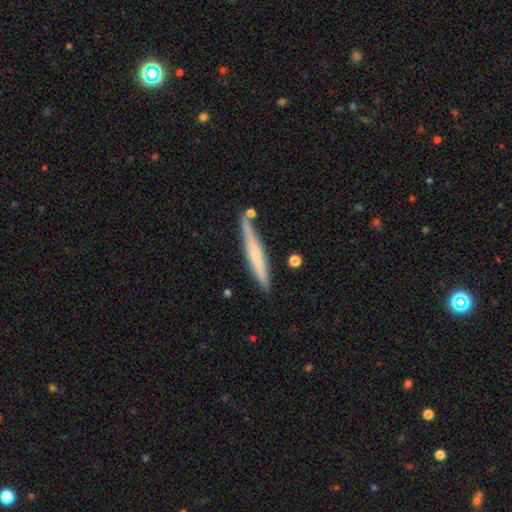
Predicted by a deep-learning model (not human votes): featured or disk 48%, smooth 46%, star or artifact 6%. Down the decision tree: merging — none (80%).